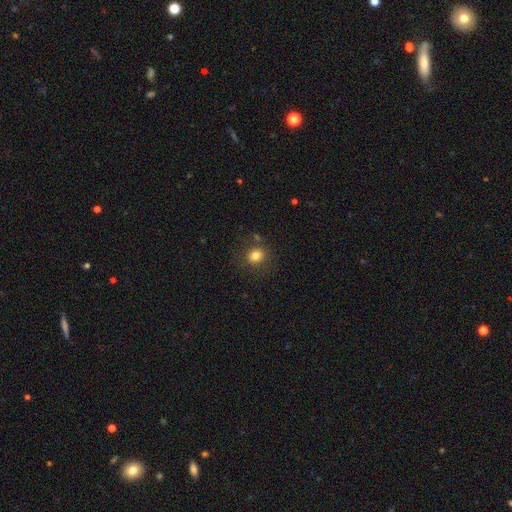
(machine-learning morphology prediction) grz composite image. It shows a smooth galaxy with no disk features (80%) that is round (78%). Merging: none (81%).